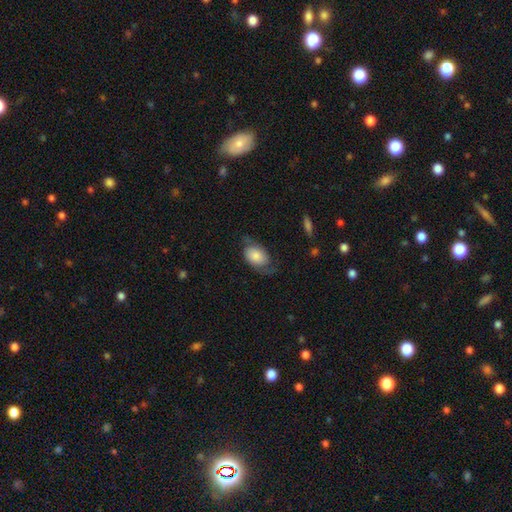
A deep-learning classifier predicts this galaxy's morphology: Smooth or featured: smooth — 56% (featured or disk — 36%)
How rounded: in between — 85% (round — 14%)
Merging: none — 50% (minor disturbance — 28%)